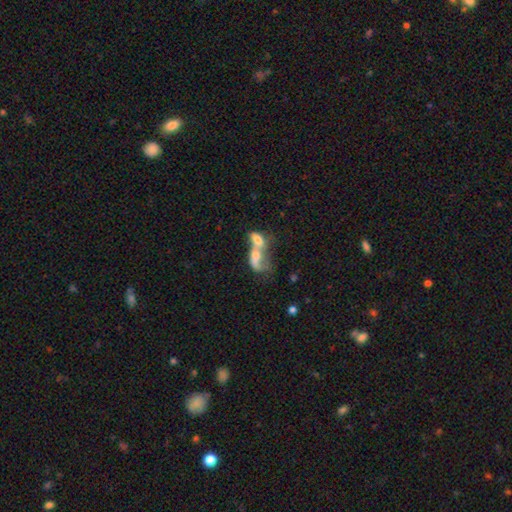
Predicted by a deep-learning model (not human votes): Smooth or featured?
  - smooth: 53% *
  - featured or disk: 37%
  - star or artifact: 10%
How rounded?
  - in between: 75% *
  - round: 15%
  - cigar-shaped: 10%
Merging?
  - merger: 80% *
  - major disturbance: 8%
  - none: 8%
  - minor disturbance: 4%